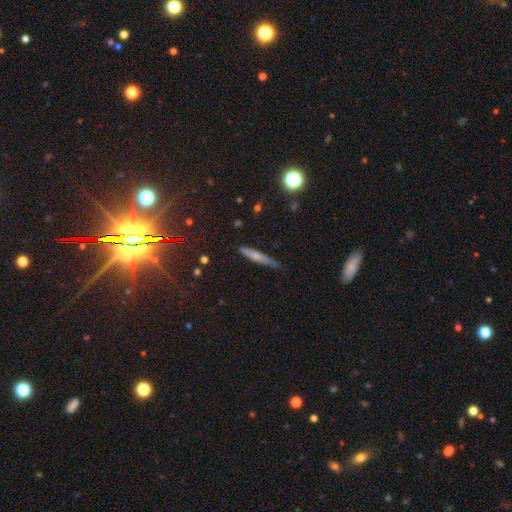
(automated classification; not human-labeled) smooth 55%, featured or disk 35%, star or artifact 9%. Down the decision tree: how rounded — cigar-shaped (90%); merging — none (76%).